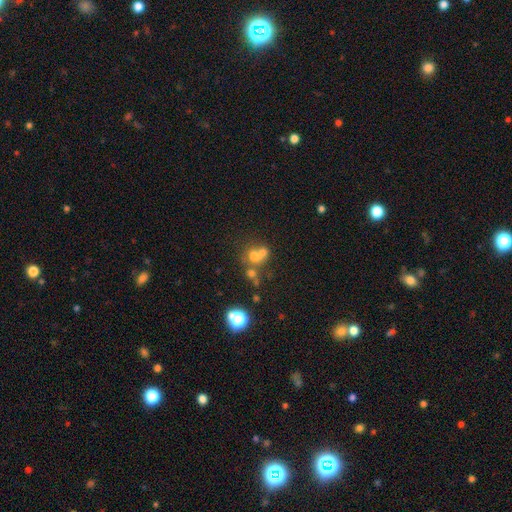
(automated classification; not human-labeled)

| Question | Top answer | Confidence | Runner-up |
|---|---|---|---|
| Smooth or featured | smooth | 55% | featured or disk (23%) |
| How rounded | round | 72% | in between (26%) |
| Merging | merger | 56% | none (32%) |